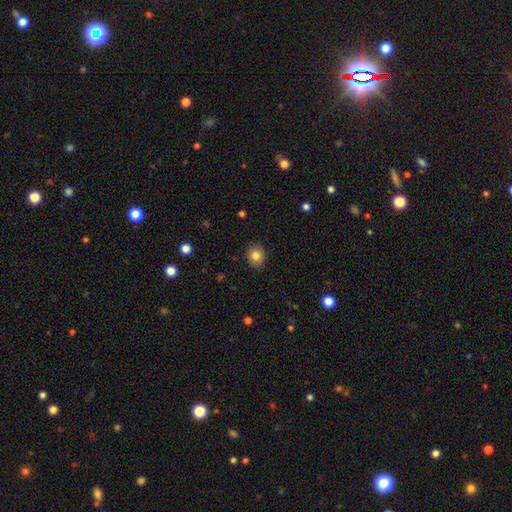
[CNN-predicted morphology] Smooth or featured? Predicted: smooth (p=0.83). How rounded? Predicted: round (p=0.69). Merging? Predicted: none (p=0.88).